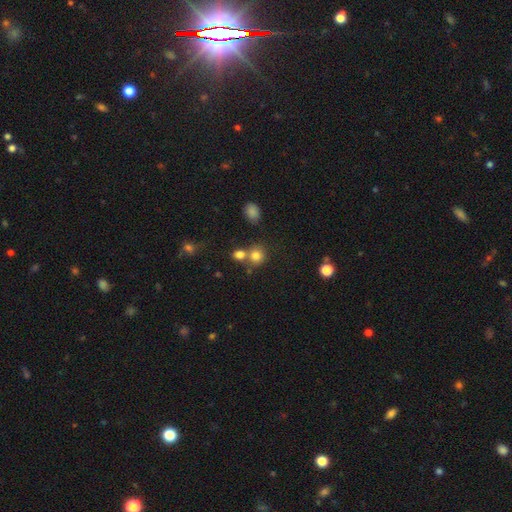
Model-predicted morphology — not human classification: Smooth or featured? smooth (78%)
How rounded? round (84%)
Merging? none (56%)